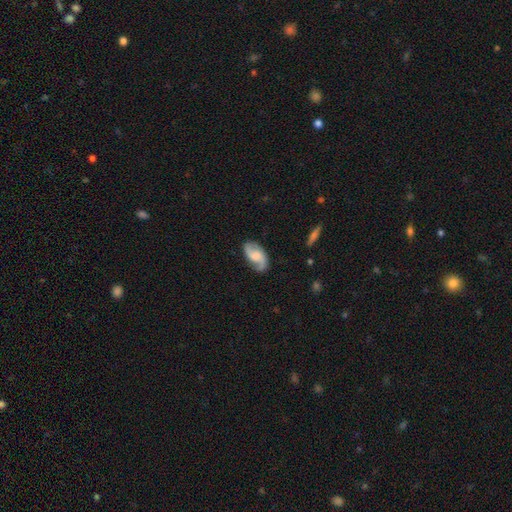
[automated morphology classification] The model was most divided on "spiral winding": loose: 44%, medium: 40%, tight: 16%. Remaining: edge-on disk — no (96%); spiral arms — yes (94%); spiral arm count — 2 (87%); merging — none (73%); smooth or featured — featured or disk (67%); bar — no (53%); bulge size — none (33%).